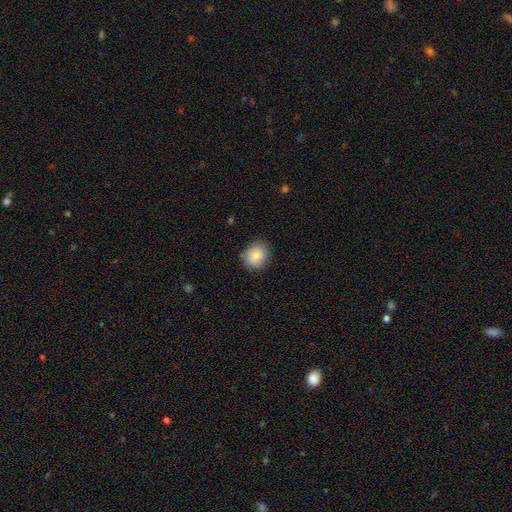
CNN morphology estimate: Q: Smooth or featured?
A: smooth (84%); runner-up: featured or disk (9%)
Q: How rounded?
A: round (75%); runner-up: in between (25%)
Q: Merging?
A: none (82%); runner-up: minor disturbance (13%)